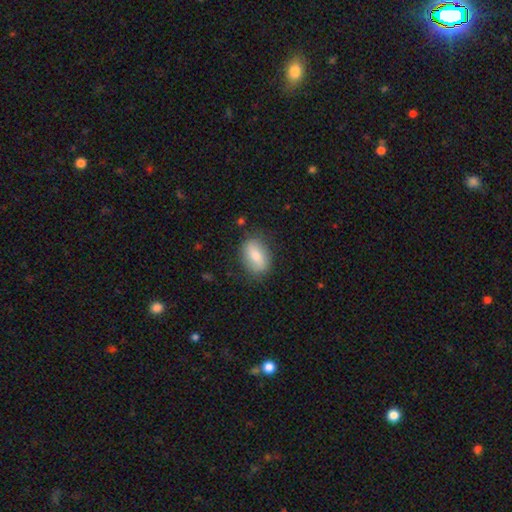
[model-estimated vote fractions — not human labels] Overall: smooth (72%). How rounded: in between (83%). Merging: none (79%).